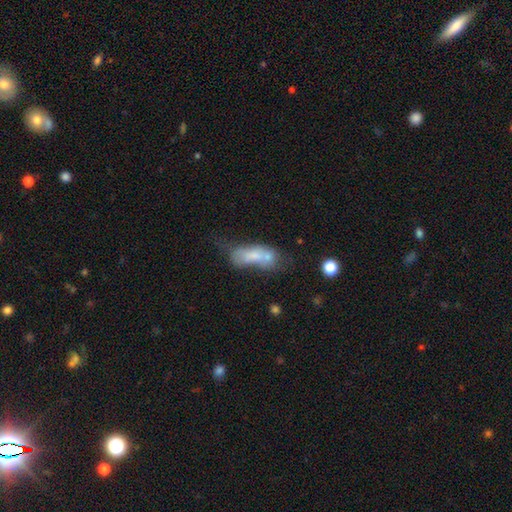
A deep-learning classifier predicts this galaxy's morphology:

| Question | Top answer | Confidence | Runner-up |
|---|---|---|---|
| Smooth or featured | smooth | 56% | featured or disk (33%) |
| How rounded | in between | 71% | cigar-shaped (23%) |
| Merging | merger | 43% | none (22%) |